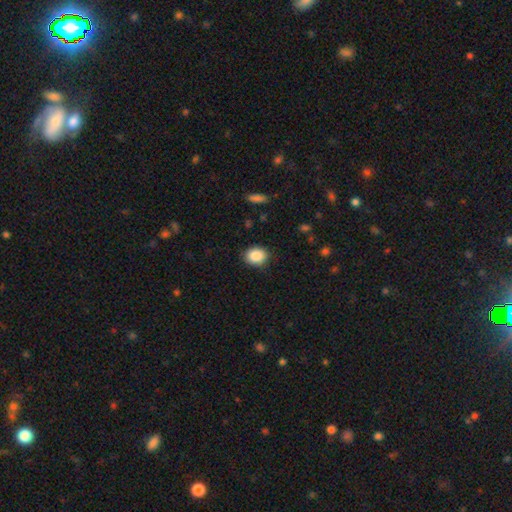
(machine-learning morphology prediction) Q: Smooth or featured?
A: smooth (87%); runner-up: star or artifact (8%)
Q: How rounded?
A: round (53%); runner-up: in between (46%)
Q: Merging?
A: none (86%); runner-up: minor disturbance (10%)